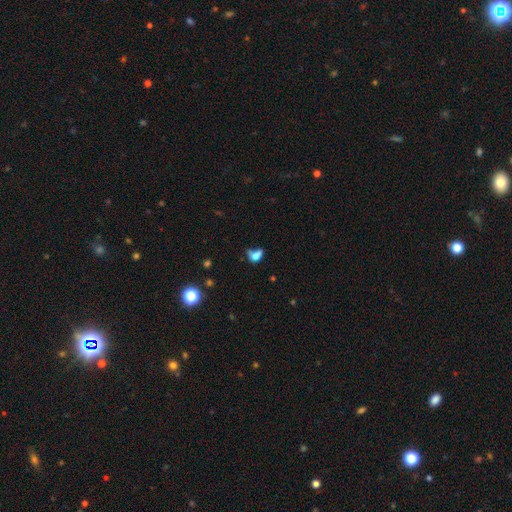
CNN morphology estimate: smooth 67%, featured or disk 18%, star or artifact 15%. Down the decision tree: how rounded — in between (70%); merging — none (27%).